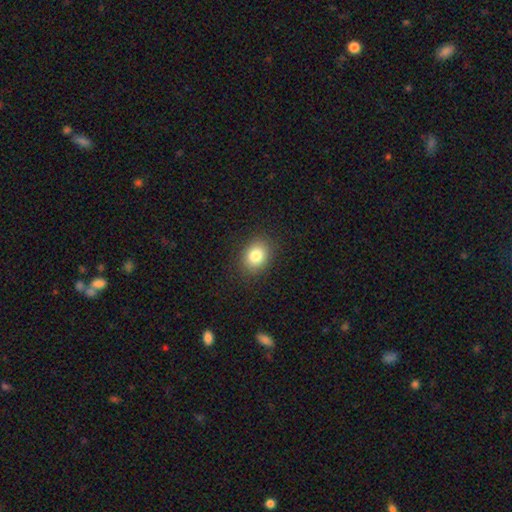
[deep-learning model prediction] Morphology: type=smooth (82%); roundness=in between (54%); merging=none (88%).